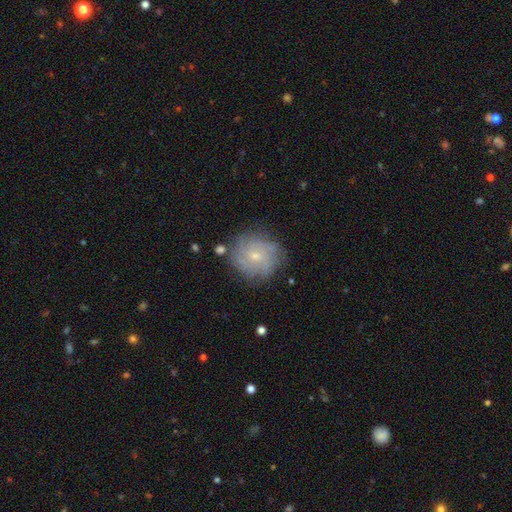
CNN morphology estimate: Smooth or featured? featured or disk (65%)
Edge-on disk? no (97%)
Bar? no (69%)
Spiral arms? yes (85%)
Spiral winding? tight (60%)
Spiral arm count? can't tell (48%)
Bulge size? small (71%)
Merging? none (76%)